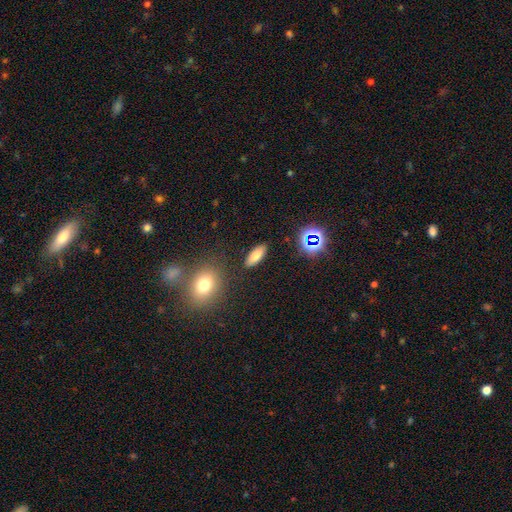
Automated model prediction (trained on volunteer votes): smooth_or_featured: smooth (p=0.75) [alt: featured or disk p=0.13]
how_rounded: in between (p=0.73) [alt: cigar-shaped p=0.23]
merging: none (p=0.87) [alt: minor disturbance p=0.08]